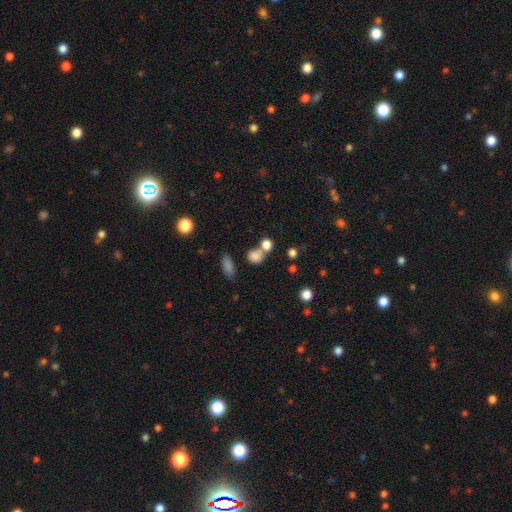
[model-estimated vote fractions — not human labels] A smooth galaxy with no disk features (79%) that is round (72%). Merging: none (50%).